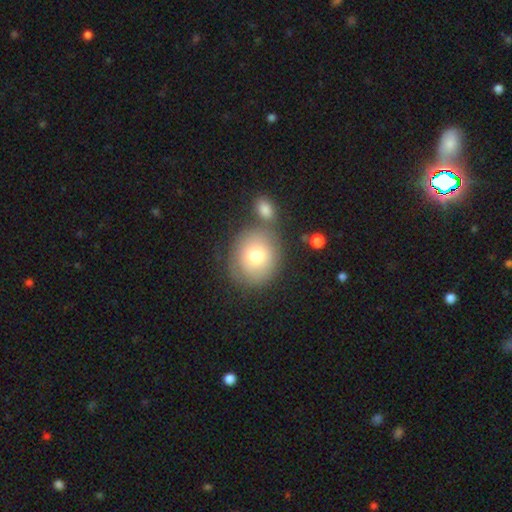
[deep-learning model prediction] A smooth galaxy with no disk features (74%) that is round (77%).

Vote fractions:
- Smooth or featured? smooth: 74% / featured or disk: 18% / star or artifact: 9%
- How rounded? round: 77% / in between: 22% / cigar-shaped: 1%
- Merging? none: 61% / merger: 20% / minor disturbance: 14% / major disturbance: 5%